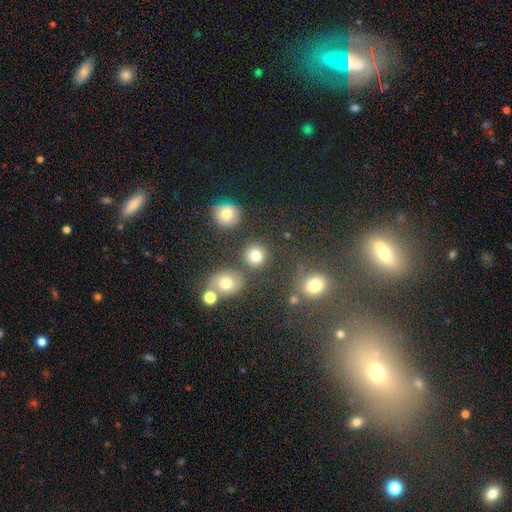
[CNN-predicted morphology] This is likely a smooth galaxy (78%). How rounded: clearly round (88%). Merging: likely none (77%).